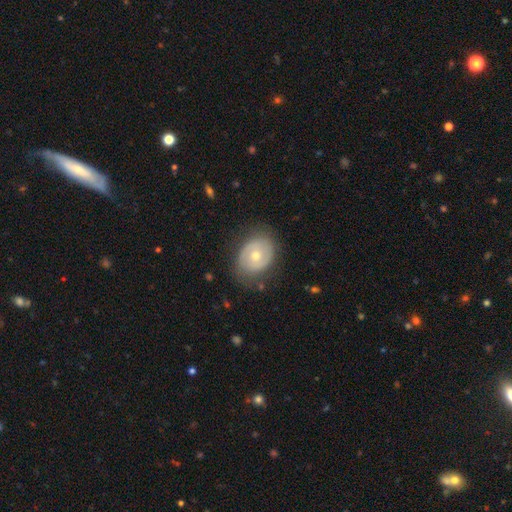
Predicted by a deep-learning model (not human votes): Overall: featured or disk (54%; smooth 39%). Edge-on disk: no (95%). Bar: no (77%). Spiral arms: yes (52%; no 48%). Bulge size: moderate (56%; small 41%). Merging: none (73%).